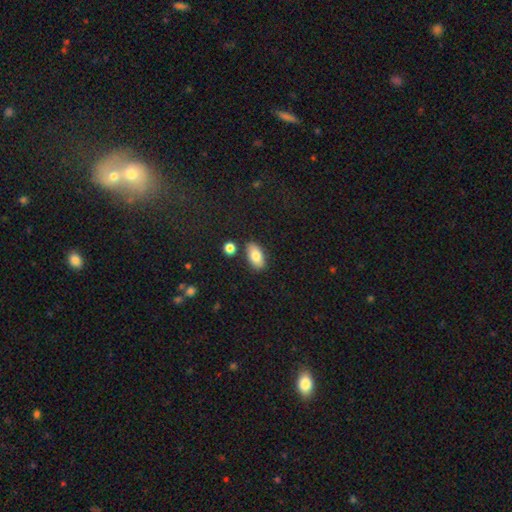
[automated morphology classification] Q: Smooth or featured?
A: smooth (81%); runner-up: featured or disk (12%)
Q: How rounded?
A: in between (91%); runner-up: cigar-shaped (5%)
Q: Merging?
A: none (83%); runner-up: minor disturbance (10%)